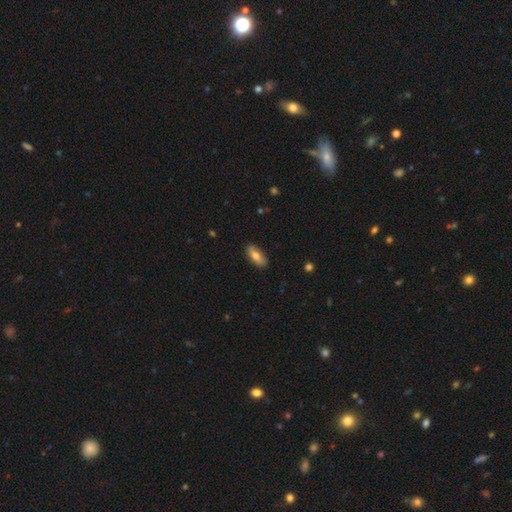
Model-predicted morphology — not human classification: This is likely a smooth galaxy (72%). How rounded: clearly in between (81%). Merging: clearly none (85%).